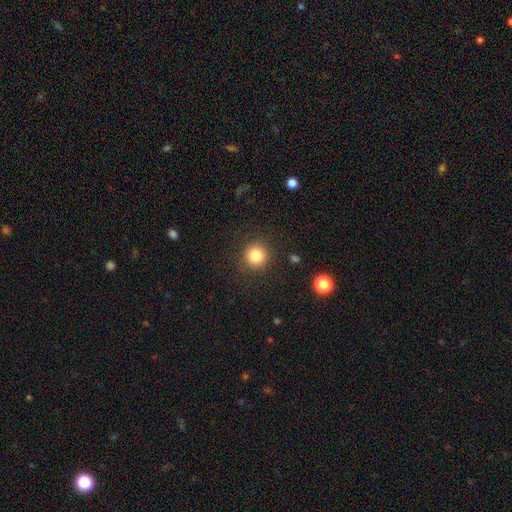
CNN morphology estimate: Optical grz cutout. It shows a smooth galaxy with no disk features (83%) that is round (94%). Merging: none (89%).